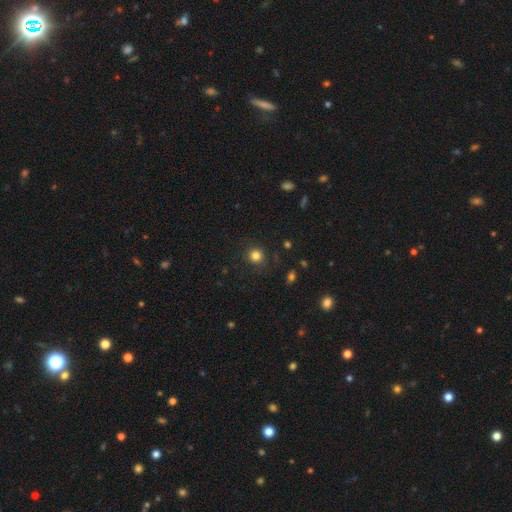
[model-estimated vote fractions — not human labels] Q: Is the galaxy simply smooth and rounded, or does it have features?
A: smooth — 82%.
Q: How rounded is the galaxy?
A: round — 91%.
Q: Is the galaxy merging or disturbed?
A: none — 87%.